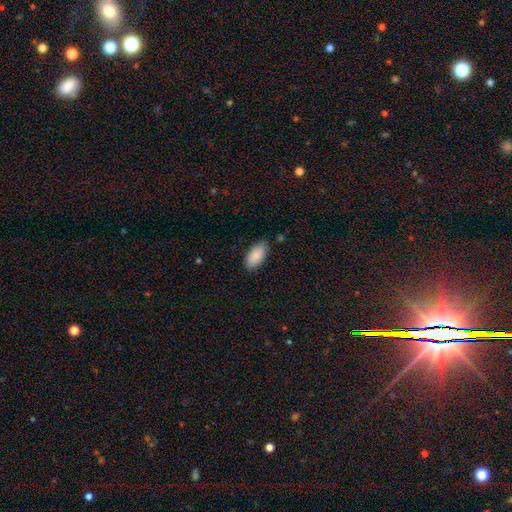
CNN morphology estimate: The model was most divided on "merging": none: 83%, minor disturbance: 13%, major disturbance: 2%, merger: 1%. More confident: how rounded — in between (92%); smooth or featured — smooth (89%).